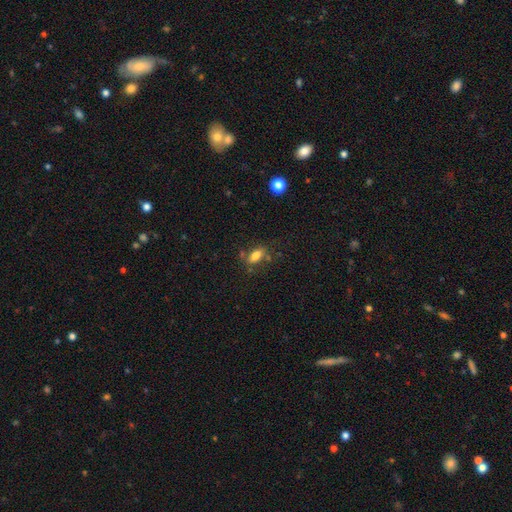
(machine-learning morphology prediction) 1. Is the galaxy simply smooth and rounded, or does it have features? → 76% smooth, 14% featured or disk, 10% star or artifact.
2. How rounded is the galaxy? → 79% in between, 16% cigar-shaped, 5% round.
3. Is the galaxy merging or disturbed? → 70% none, 16% minor disturbance, 8% merger, 5% major disturbance.